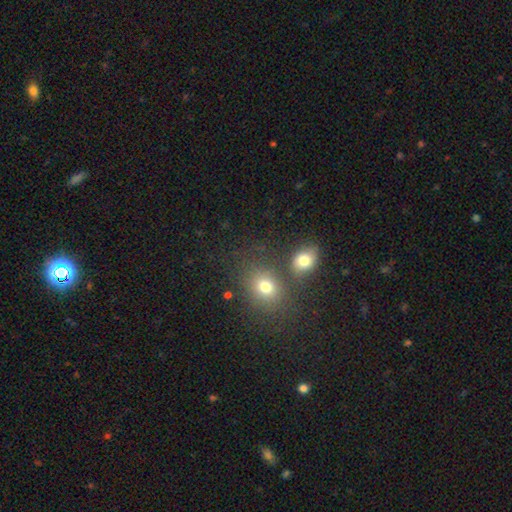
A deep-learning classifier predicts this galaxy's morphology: Q: Smooth or featured?
A: smooth (63%); runner-up: star or artifact (27%)
Q: How rounded?
A: round (62%); runner-up: in between (36%)
Q: Merging?
A: none (67%); runner-up: merger (21%)